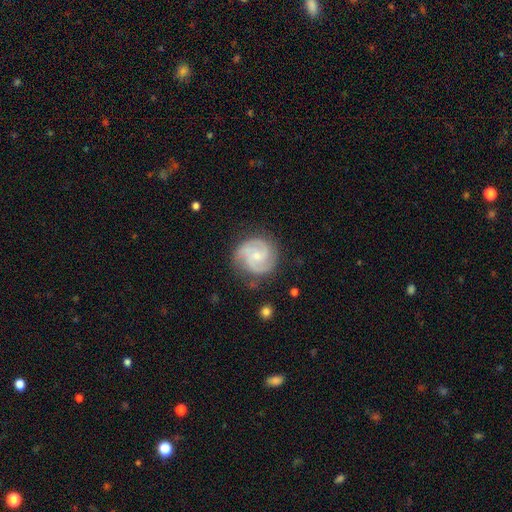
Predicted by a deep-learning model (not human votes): This appears to be a featured or disk galaxy (85%) with no bar (56%), 2 (43%) tight (50%) spiral arms (97%) and a small central bulge (62%). Merging: none (77%).